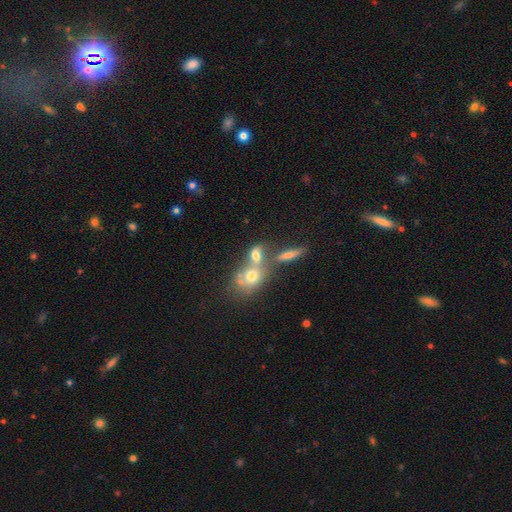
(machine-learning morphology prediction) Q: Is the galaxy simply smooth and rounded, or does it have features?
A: smooth — 63%.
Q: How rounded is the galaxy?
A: in between — 56%.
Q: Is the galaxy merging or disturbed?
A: merger — 58%.